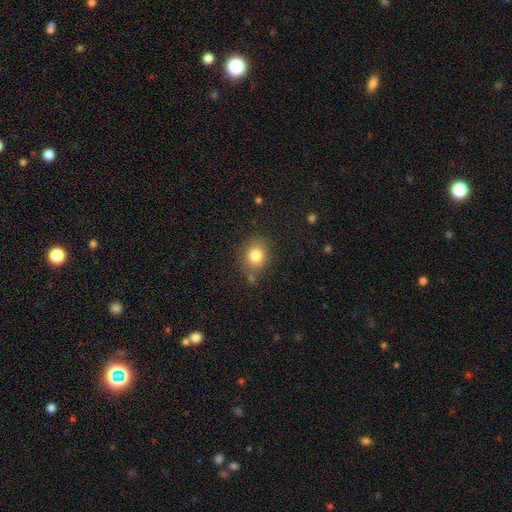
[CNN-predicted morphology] This appears to be a smooth galaxy with no disk features (81%) that is round (61%). Merging: none (77%).